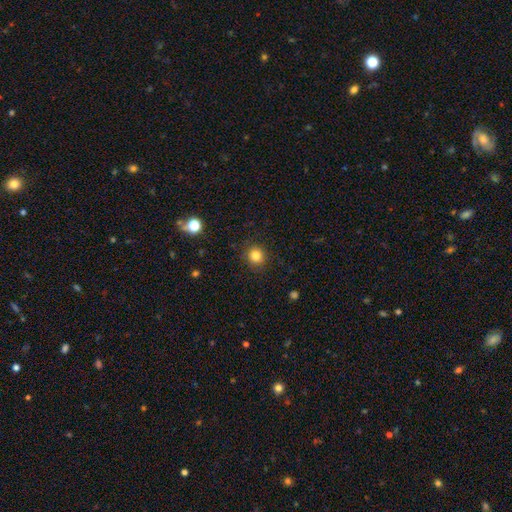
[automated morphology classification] smooth-or-featured: smooth: 83% | star or artifact: 12% | featured or disk: 5%
  how-rounded: round: 91% | in between: 8% | cigar-shaped: 1%
  merging: none: 90% | minor disturbance: 7% | major disturbance: 2% | merger: 1%